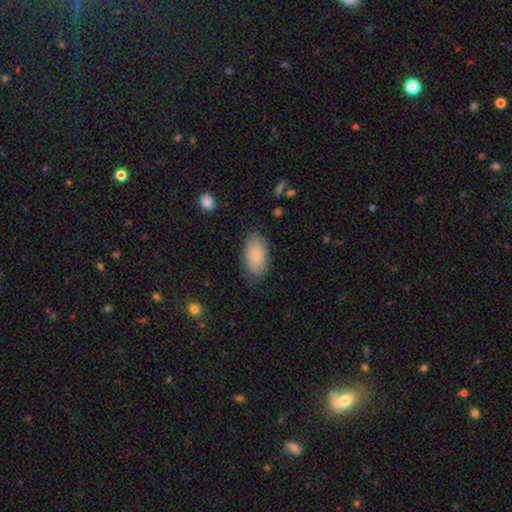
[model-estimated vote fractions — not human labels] A smooth galaxy with no disk features (79%) that is in between round and cigar-shaped (94%). Merging: none (78%).